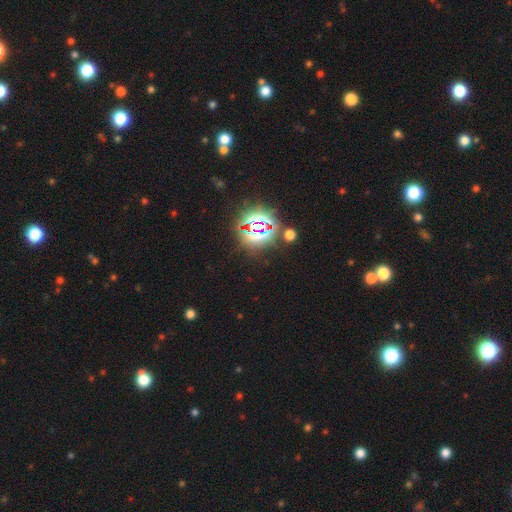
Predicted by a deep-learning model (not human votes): This is clearly a star or artifact rather than a galaxy (82%).